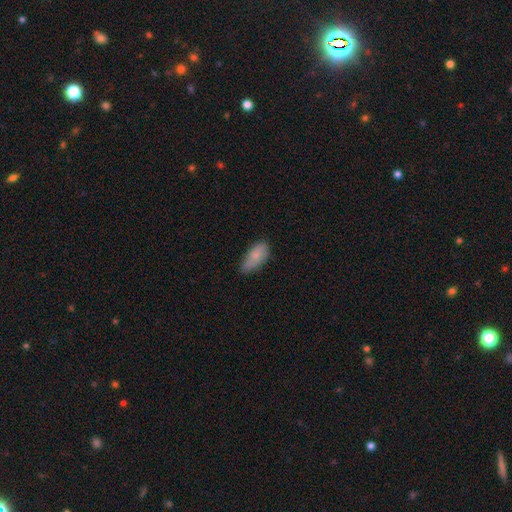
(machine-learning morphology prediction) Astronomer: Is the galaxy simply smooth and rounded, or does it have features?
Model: smooth — 83%.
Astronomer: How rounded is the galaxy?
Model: in between — 88%.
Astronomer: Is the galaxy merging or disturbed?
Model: none — 62%.